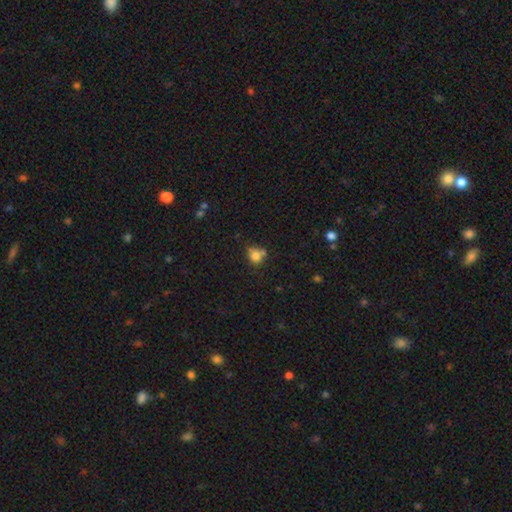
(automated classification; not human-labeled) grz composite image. It shows a smooth galaxy with no disk features (78%) that is round (73%). Merging: none (50%).